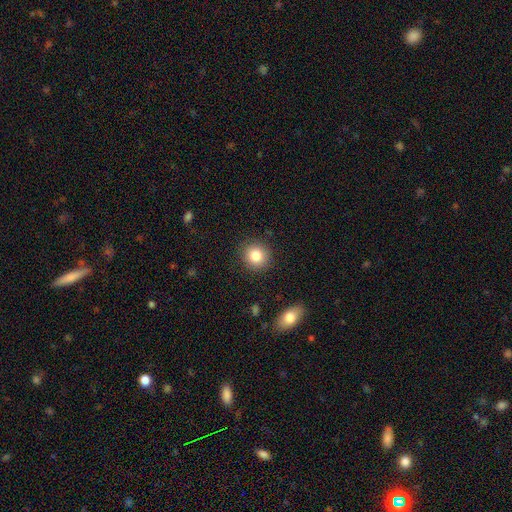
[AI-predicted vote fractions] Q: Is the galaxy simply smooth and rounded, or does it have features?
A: smooth — 84%.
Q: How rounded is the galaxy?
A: round — 88%.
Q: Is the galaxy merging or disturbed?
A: none — 89%.